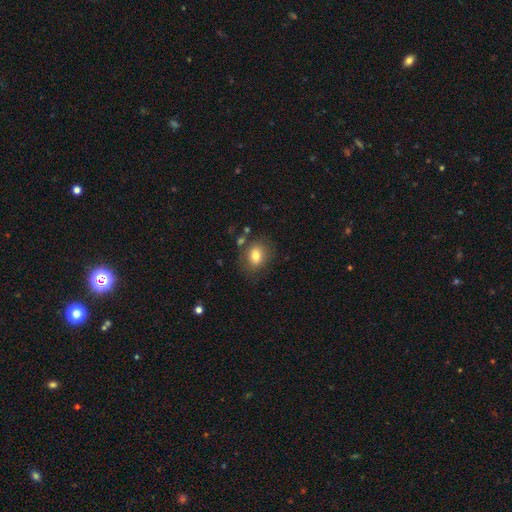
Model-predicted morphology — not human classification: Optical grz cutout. It shows a smooth galaxy with no disk features (78%) that is in between round and cigar-shaped (53%). Merging: none (76%).